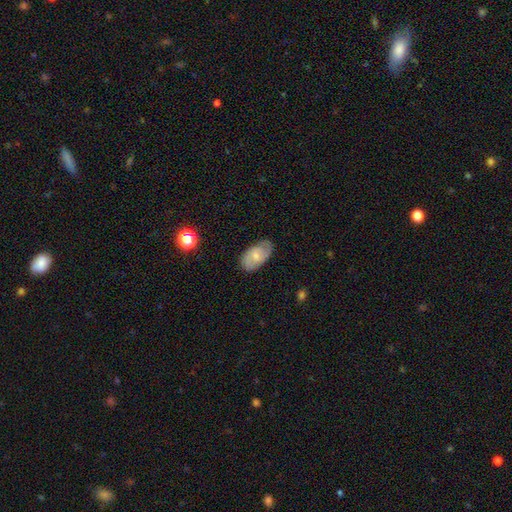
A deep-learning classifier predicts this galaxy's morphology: Smooth or featured? Predicted: smooth (p=0.48). Merging? Predicted: none (p=0.74).